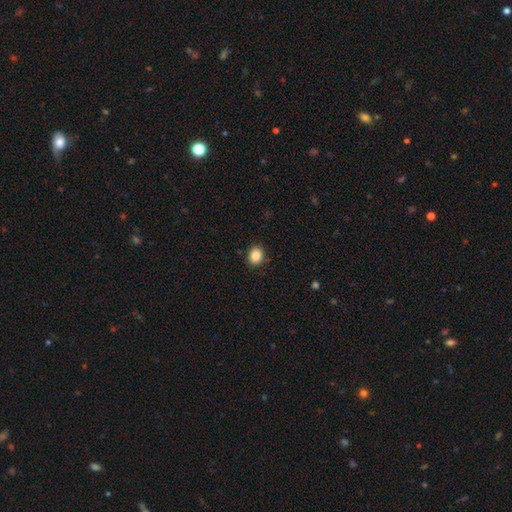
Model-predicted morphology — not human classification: type=smooth (88%); roundness=round (64%); merging=none (87%).